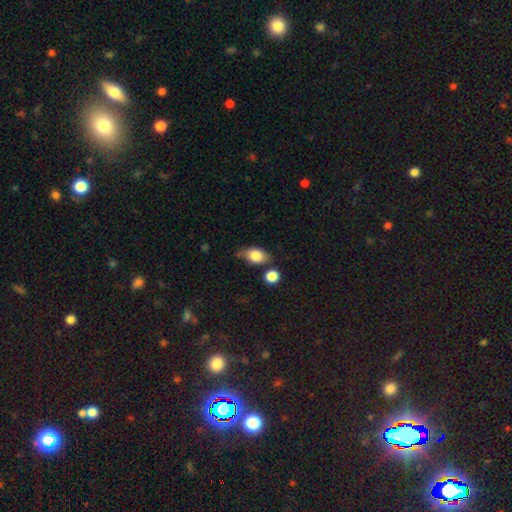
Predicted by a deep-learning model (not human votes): smooth 77%, featured or disk 16%, star or artifact 8%. Down the decision tree: how rounded — in between (81%); merging — none (60%).